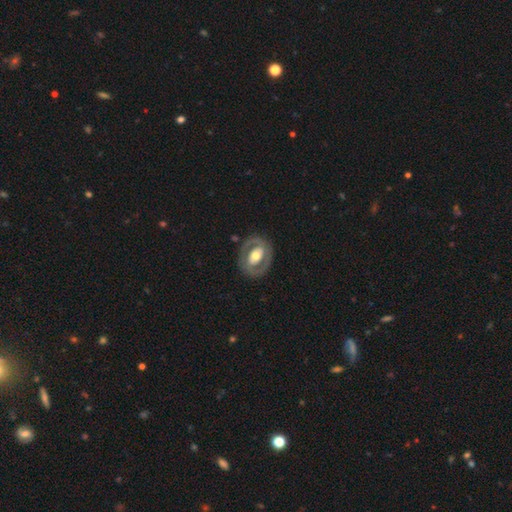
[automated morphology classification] type=featured or disk (68%); edge-on=no (95%); bar=no (52%); spiral arms=no (57%); bulge=moderate (64%); merging=none (80%).